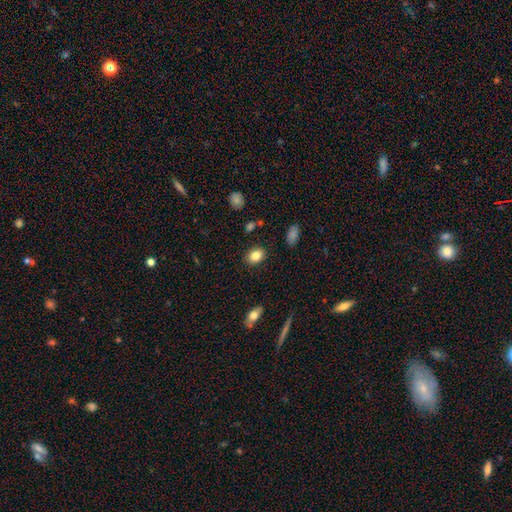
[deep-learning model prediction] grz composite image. It shows a smooth galaxy with no disk features (82%) that is in between round and cigar-shaped (70%). Merging: none (87%).